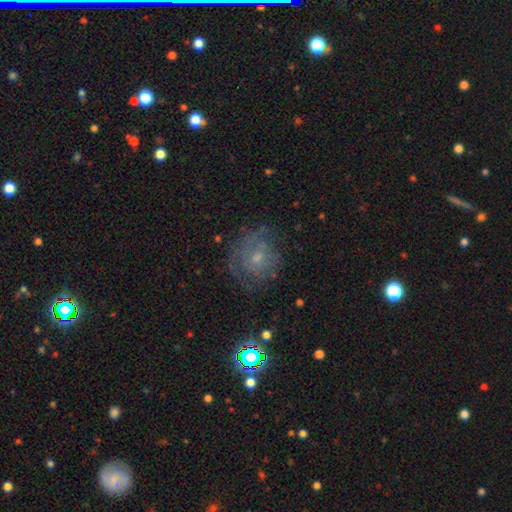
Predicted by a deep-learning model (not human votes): Overall: featured or disk (48%; smooth 32%). Merging: none (70%).